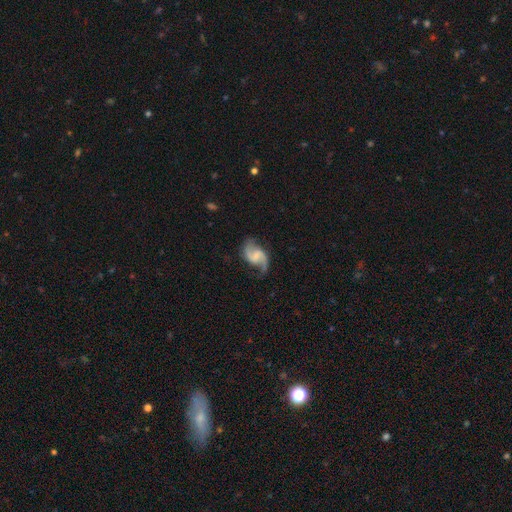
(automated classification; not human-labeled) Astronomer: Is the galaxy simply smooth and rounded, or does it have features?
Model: featured or disk — 85%.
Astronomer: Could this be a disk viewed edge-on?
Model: no — 98%.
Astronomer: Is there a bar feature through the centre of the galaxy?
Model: weak — 53% (runner-up: no, 29%).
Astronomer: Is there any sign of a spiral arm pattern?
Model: yes — 96%.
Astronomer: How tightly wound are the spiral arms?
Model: loose — 58% (runner-up: medium, 35%).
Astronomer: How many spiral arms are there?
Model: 2 — 92%.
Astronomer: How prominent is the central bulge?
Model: none — 42% (runner-up: small, 35%).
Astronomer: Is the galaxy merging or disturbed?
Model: none — 73%.